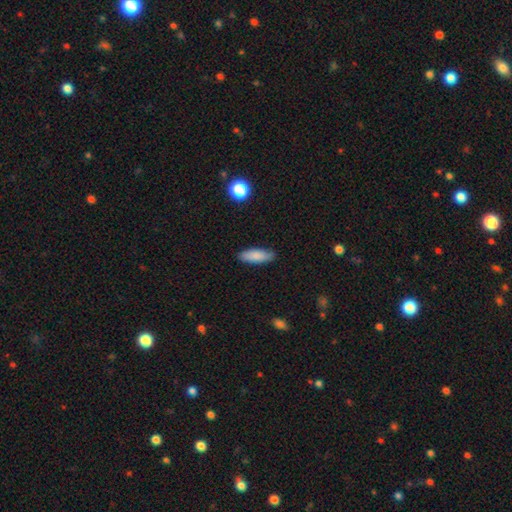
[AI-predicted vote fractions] Q: Smooth or featured?
A: smooth (85%); runner-up: featured or disk (9%)
Q: How rounded?
A: in between (61%); runner-up: cigar-shaped (37%)
Q: Merging?
A: none (87%); runner-up: minor disturbance (10%)